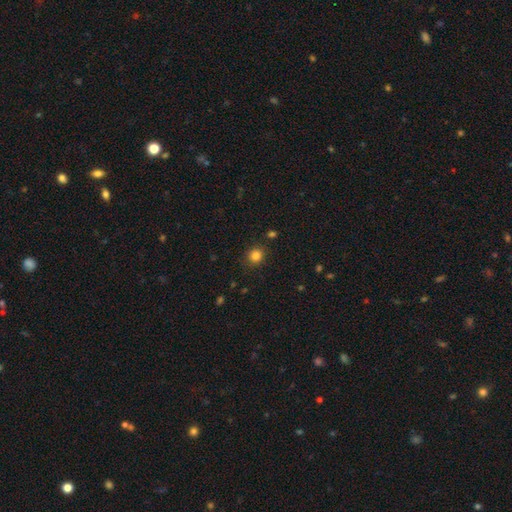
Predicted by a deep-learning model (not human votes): A smooth galaxy with no disk features (83%) that is round (86%).

Vote fractions:
- Smooth or featured? smooth: 83% / star or artifact: 12% / featured or disk: 4%
- How rounded? round: 86% / in between: 13% / cigar-shaped: 1%
- Merging? none: 87% / minor disturbance: 8% / major disturbance: 3% / merger: 2%